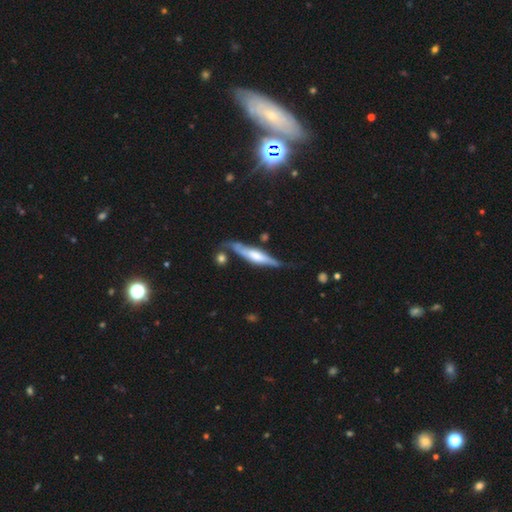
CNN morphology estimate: A featured or disk galaxy (61%) viewed edge-on (86%) with a rounded central bulge (49%).

Vote fractions:
- Smooth or featured? featured or disk: 61% / smooth: 34% / star or artifact: 5%
- Edge-on disk? yes: 86% / no: 14%
- Edge-on bulge? rounded: 49% / boxy: 37% / none: 14%
- Merging? none: 59% / minor disturbance: 24% / merger: 9% / major disturbance: 8%